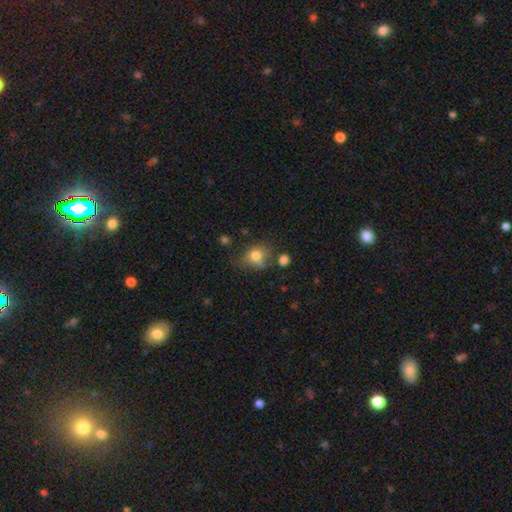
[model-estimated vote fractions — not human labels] A smooth galaxy with no disk features (72%) that is round (52%).

Vote fractions:
- Smooth or featured? smooth: 72% / featured or disk: 15% / star or artifact: 13%
- How rounded? round: 52% / in between: 47% / cigar-shaped: 2%
- Merging? none: 49% / minor disturbance: 26% / major disturbance: 13% / merger: 11%